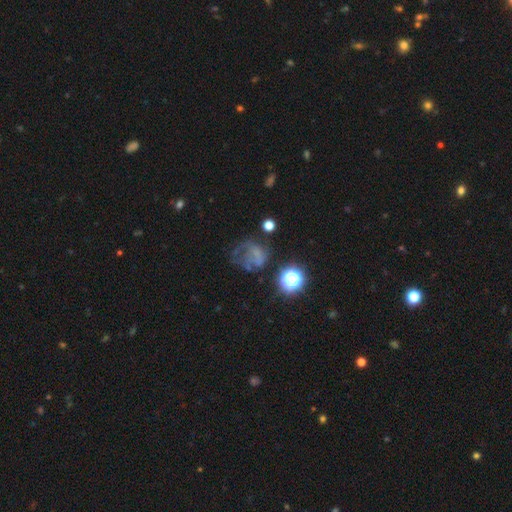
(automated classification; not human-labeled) The model was most divided on "smooth or featured": featured or disk: 37%, smooth: 36%, star or artifact: 27%. Remaining: merging — major disturbance (40%).